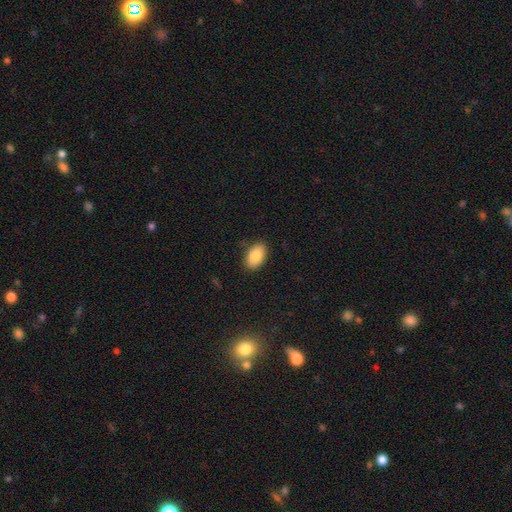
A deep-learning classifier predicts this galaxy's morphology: Smooth or featured? Predicted: smooth (p=0.85). How rounded? Predicted: in between (p=0.92). Merging? Predicted: none (p=0.84).